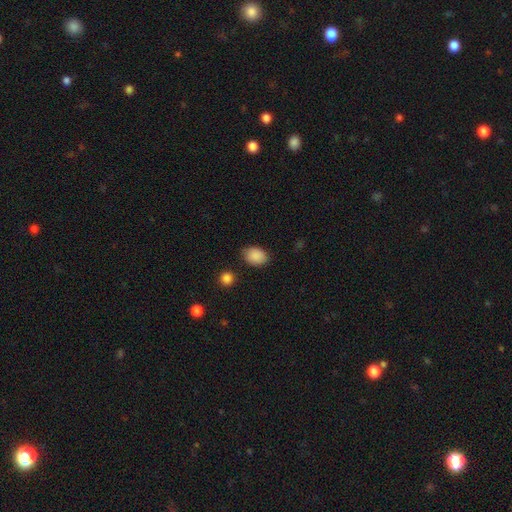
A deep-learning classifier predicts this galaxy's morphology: Q: Smooth or featured?
A: smooth (89%); runner-up: star or artifact (8%)
Q: How rounded?
A: in between (74%); runner-up: round (25%)
Q: Merging?
A: none (80%); runner-up: minor disturbance (14%)